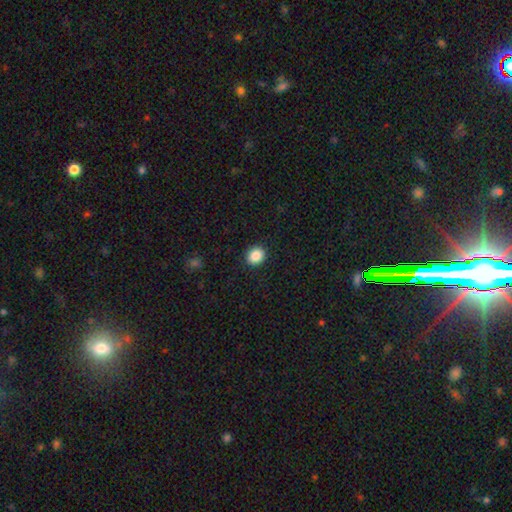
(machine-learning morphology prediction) smooth-or-featured: smooth: 88% | star or artifact: 9% | featured or disk: 3%
  how-rounded: round: 76% | in between: 23% | cigar-shaped: 1%
  merging: none: 92% | minor disturbance: 6% | major disturbance: 2% | merger: 1%